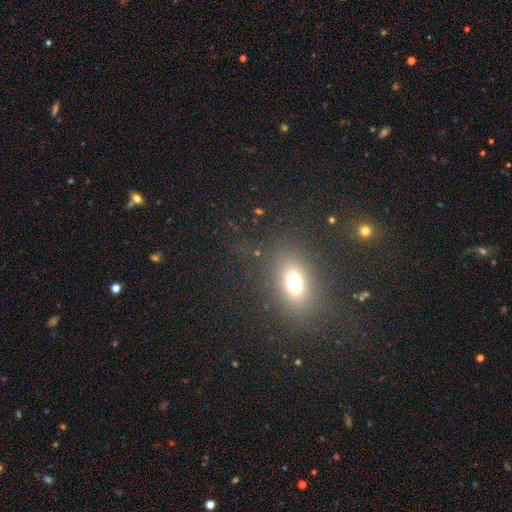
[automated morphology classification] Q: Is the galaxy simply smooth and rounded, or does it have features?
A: smooth — 63%.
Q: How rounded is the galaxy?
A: in between — 75%.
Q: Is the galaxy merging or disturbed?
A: none — 83%.